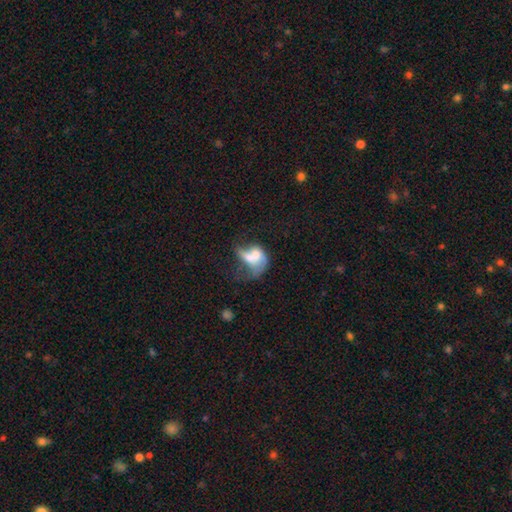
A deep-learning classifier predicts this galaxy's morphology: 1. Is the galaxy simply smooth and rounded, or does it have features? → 47% smooth, 44% featured or disk, 9% star or artifact.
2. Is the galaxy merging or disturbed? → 59% merger, 22% major disturbance, 11% none, 8% minor disturbance.